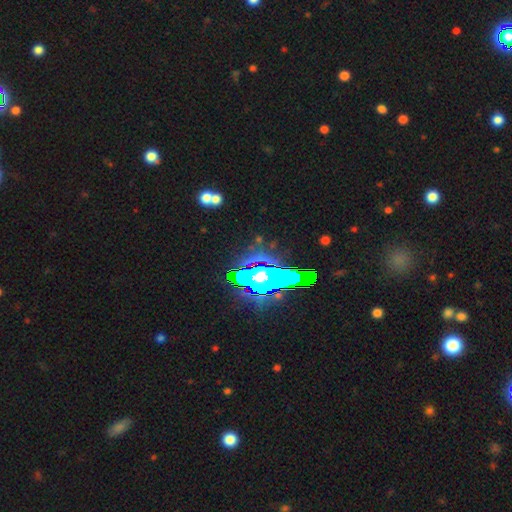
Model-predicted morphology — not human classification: Smooth or featured: star or artifact — 81% (smooth — 9%)